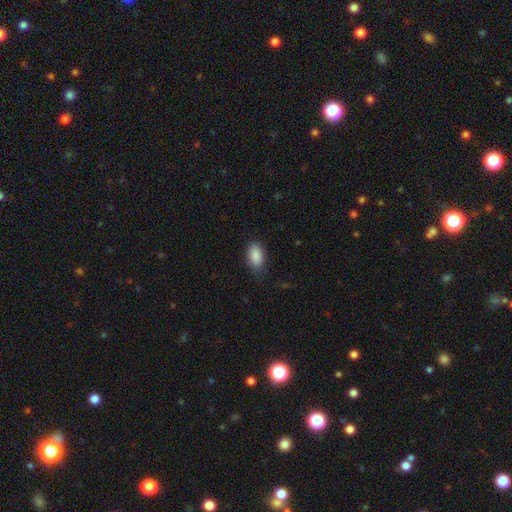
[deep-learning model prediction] smooth 89%, star or artifact 7%, featured or disk 4%. Down the decision tree: how rounded — in between (93%); merging — none (78%).